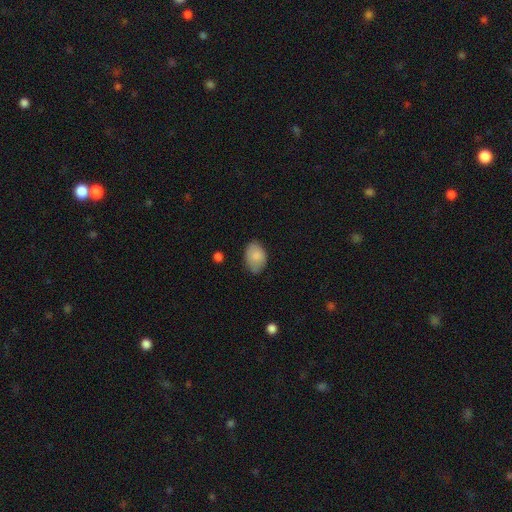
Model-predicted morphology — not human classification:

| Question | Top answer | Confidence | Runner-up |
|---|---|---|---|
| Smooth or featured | smooth | 85% | featured or disk (8%) |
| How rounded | in between | 85% | round (14%) |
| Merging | none | 72% | minor disturbance (23%) |